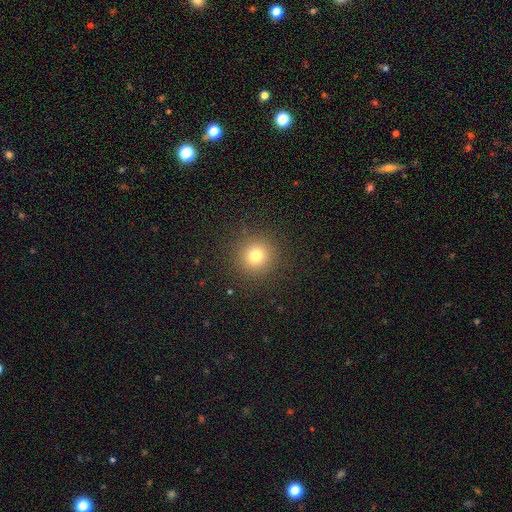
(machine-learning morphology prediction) type=smooth (76%); roundness=round (94%); merging=none (90%).